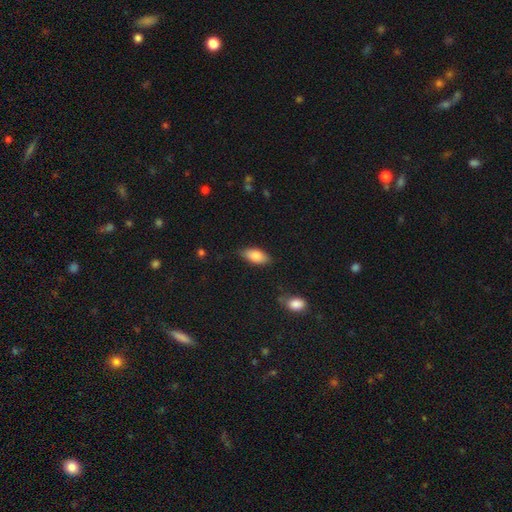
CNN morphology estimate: This is clearly a smooth galaxy (81%). How rounded: clearly in between (89%). Merging: likely none (79%).